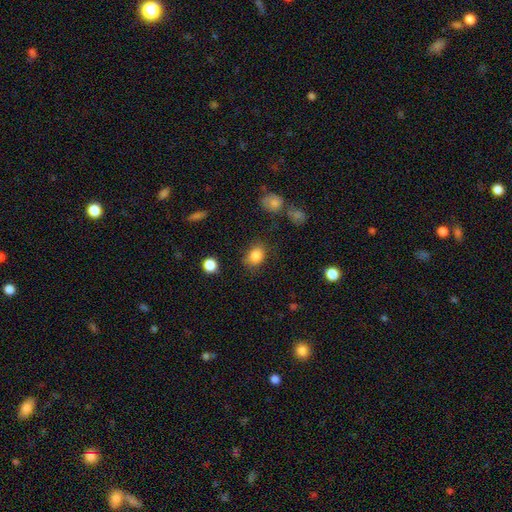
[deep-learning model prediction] smooth_or_featured: smooth (p=0.84) [alt: star or artifact p=0.10]
how_rounded: in between (p=0.57) [alt: round p=0.42]
merging: none (p=0.75) [alt: minor disturbance p=0.17]